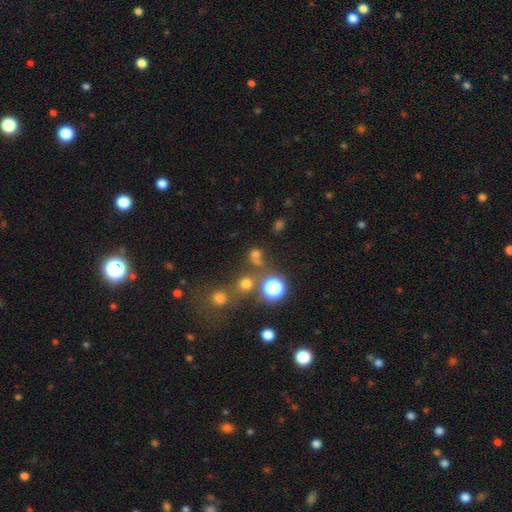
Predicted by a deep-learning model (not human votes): Morphology: type=smooth (57%); roundness=round (85%); merging=none (65%).